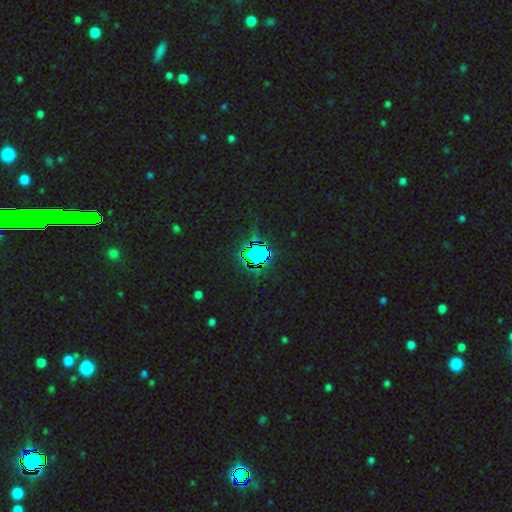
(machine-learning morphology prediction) type=star or artifact (73%).